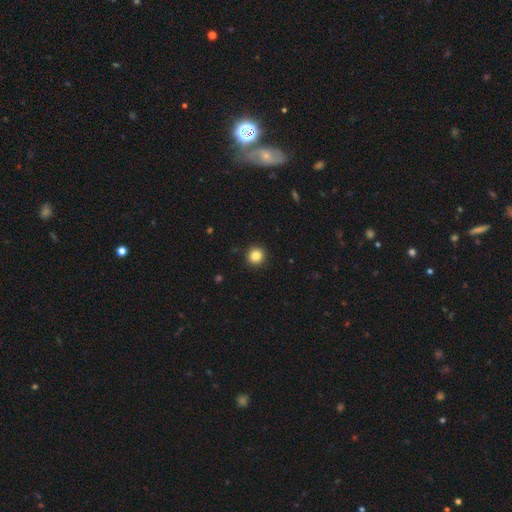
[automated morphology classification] Smooth or featured?
  - smooth: 85% *
  - star or artifact: 10%
  - featured or disk: 4%
How rounded?
  - round: 93% *
  - in between: 6%
  - cigar-shaped: 1%
Merging?
  - none: 93% *
  - minor disturbance: 5%
  - major disturbance: 2%
  - merger: 1%